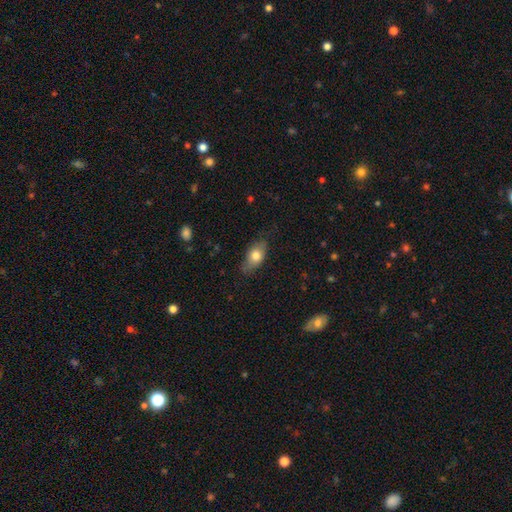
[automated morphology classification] smooth 75%, featured or disk 18%, star or artifact 7%. Down the decision tree: how rounded — in between (85%); merging — none (72%).